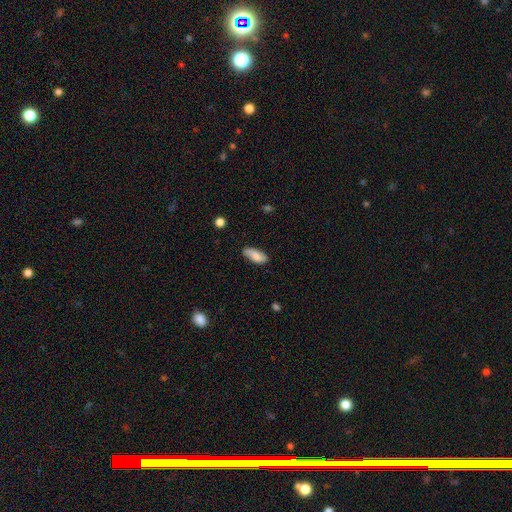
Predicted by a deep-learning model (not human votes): Overall: smooth (80%). How rounded: in between (83%). Merging: none (77%).